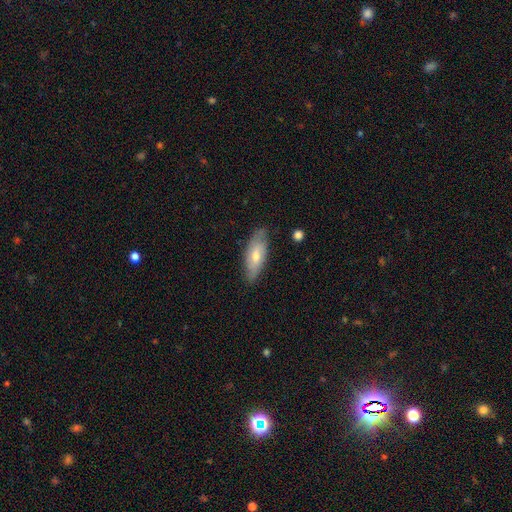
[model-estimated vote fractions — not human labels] smooth-or-featured: smooth: 49% | featured or disk: 44% | star or artifact: 6%
  merging: none: 77% | minor disturbance: 18% | major disturbance: 3% | merger: 1%